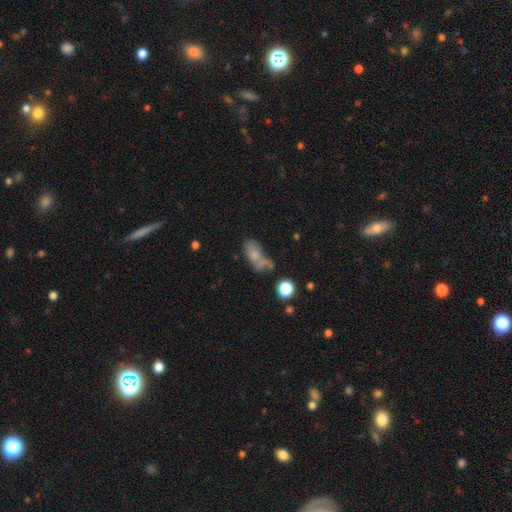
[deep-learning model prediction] Overall: smooth (64%). How rounded: in between (82%). Merging: none (36%; minor disturbance 23%).